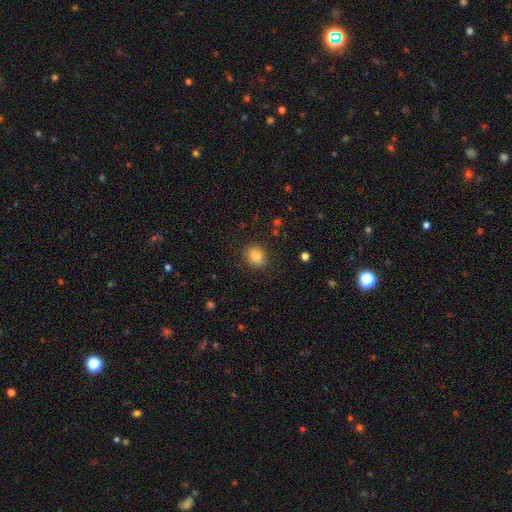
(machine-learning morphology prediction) Q: Smooth or featured?
A: smooth (83%); runner-up: star or artifact (10%)
Q: How rounded?
A: round (69%); runner-up: in between (30%)
Q: Merging?
A: none (86%); runner-up: minor disturbance (10%)